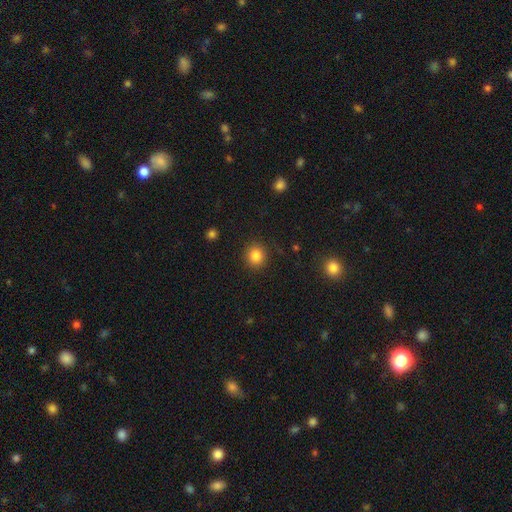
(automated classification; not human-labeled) This is clearly a smooth galaxy (85%). How rounded: clearly round (88%). Merging: clearly none (90%).